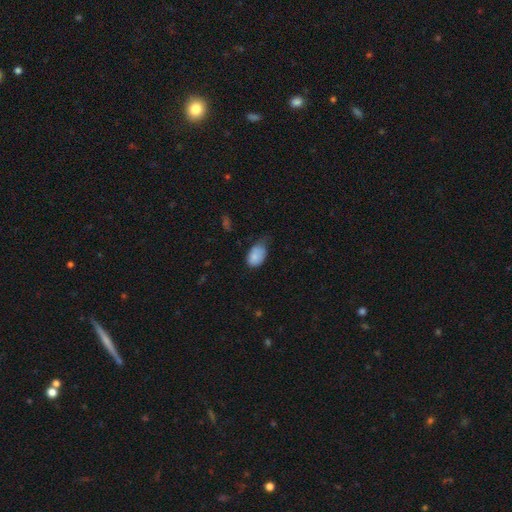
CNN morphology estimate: smooth 83%, featured or disk 9%, star or artifact 8%. Down the decision tree: how rounded — in between (86%); merging — minor disturbance (48%).